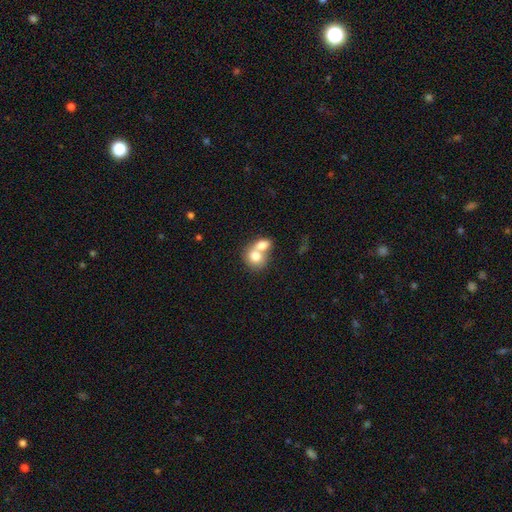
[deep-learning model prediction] Morphology: type=smooth (73%); roundness=round (61%); merging=merger (72%).